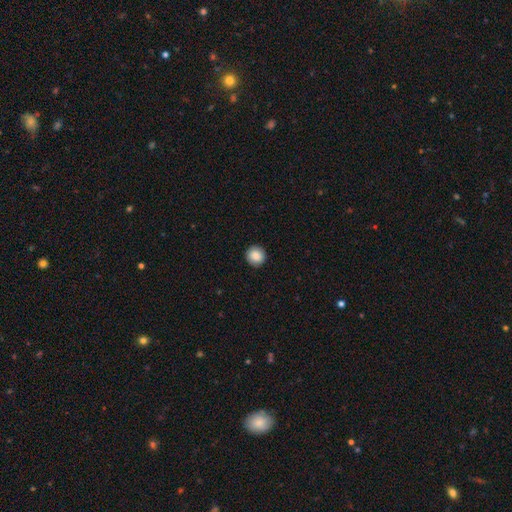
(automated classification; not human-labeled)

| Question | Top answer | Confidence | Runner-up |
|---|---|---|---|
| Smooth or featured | smooth | 88% | star or artifact (8%) |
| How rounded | round | 94% | in between (5%) |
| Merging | none | 92% | minor disturbance (6%) |